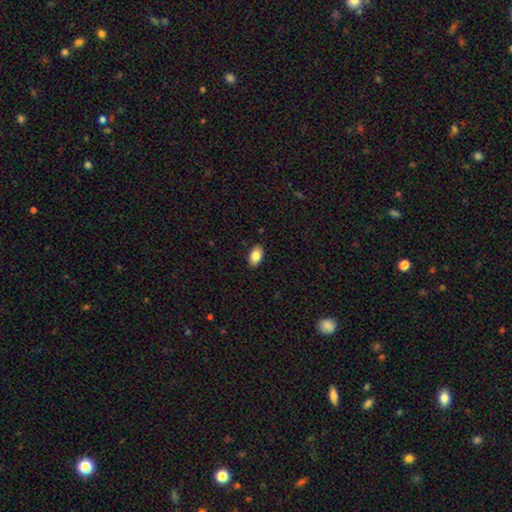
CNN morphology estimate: A smooth galaxy with no disk features (84%) that is in between round and cigar-shaped (92%). Merging: none (89%).